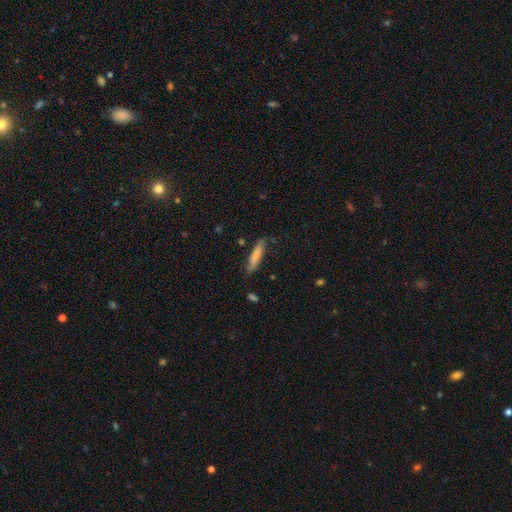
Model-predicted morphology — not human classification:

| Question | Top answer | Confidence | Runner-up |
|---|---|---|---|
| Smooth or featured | smooth | 78% | featured or disk (17%) |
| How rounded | cigar-shaped | 86% | in between (13%) |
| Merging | none | 77% | minor disturbance (17%) |